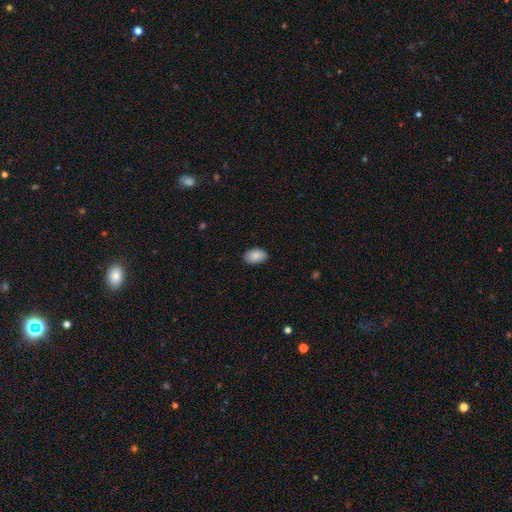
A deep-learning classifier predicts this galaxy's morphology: smooth_or_featured: smooth (p=0.88) [alt: star or artifact p=0.07]
how_rounded: in between (p=0.92) [alt: round p=0.07]
merging: none (p=0.86) [alt: minor disturbance p=0.11]